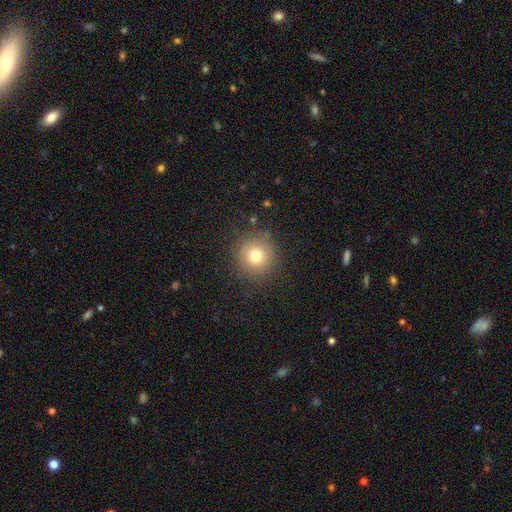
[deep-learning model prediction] This appears to be a smooth galaxy with no disk features (75%) that is round (94%). Merging: none (86%).